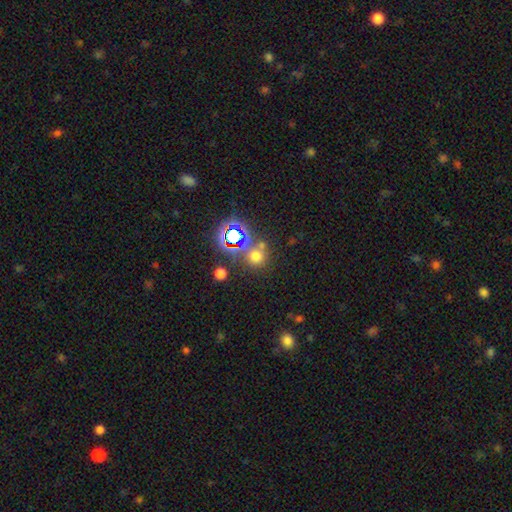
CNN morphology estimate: Smooth or featured? smooth (59%)
How rounded? round (89%)
Merging? none (69%)